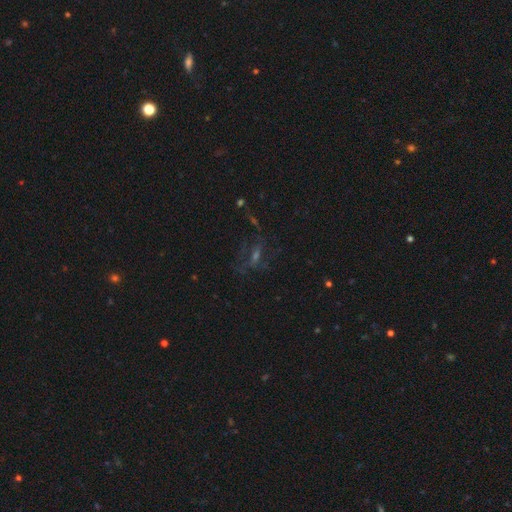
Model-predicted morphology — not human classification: This is marginally a featured or disk galaxy (43%). Merging: possibly none (55%).